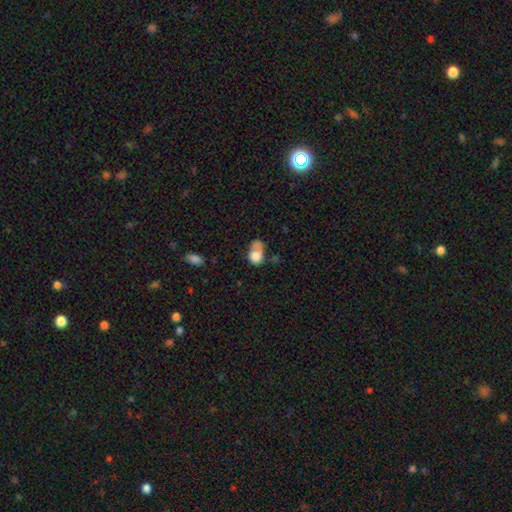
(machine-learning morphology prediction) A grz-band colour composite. It shows a smooth galaxy with no disk features (73%) that is in between round and cigar-shaped (55%). Merging: merger (43%).